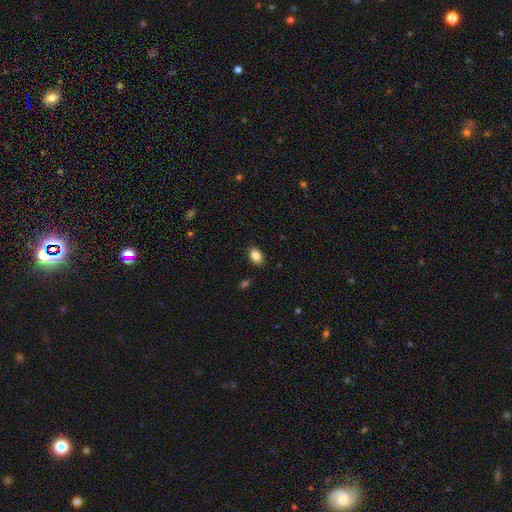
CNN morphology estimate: smooth-or-featured: smooth: 86% | star or artifact: 9% | featured or disk: 5%
  how-rounded: in between: 80% | round: 19% | cigar-shaped: 1%
  merging: none: 88% | minor disturbance: 9% | major disturbance: 2% | merger: 1%